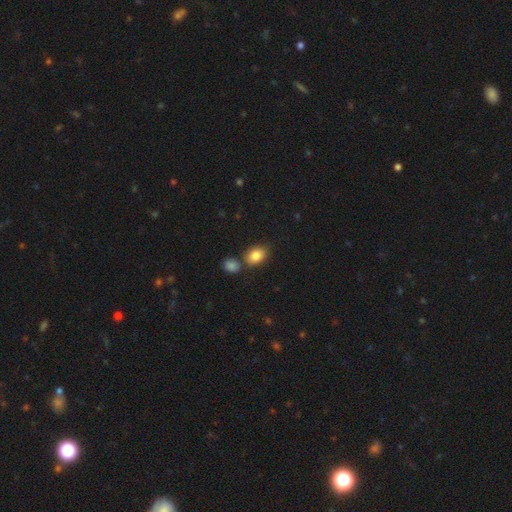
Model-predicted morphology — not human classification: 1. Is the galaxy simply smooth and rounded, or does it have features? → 84% smooth, 9% star or artifact, 8% featured or disk.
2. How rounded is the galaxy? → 73% in between, 26% round, 1% cigar-shaped.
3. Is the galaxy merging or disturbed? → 65% none, 19% merger, 13% minor disturbance, 3% major disturbance.